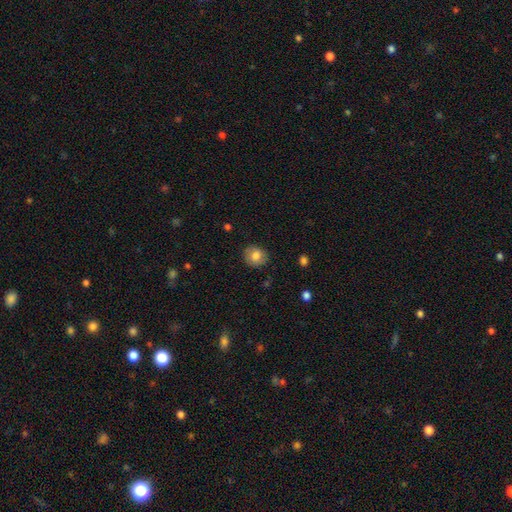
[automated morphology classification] Smooth or featured? Predicted: smooth (p=0.80). How rounded? Predicted: round (p=0.73). Merging? Predicted: none (p=0.83).